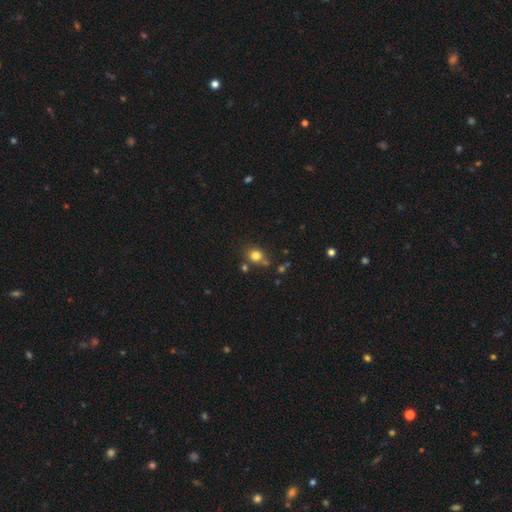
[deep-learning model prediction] Smooth or featured? Predicted: smooth (p=0.79). How rounded? Predicted: round (p=0.78). Merging? Predicted: none (p=0.71).